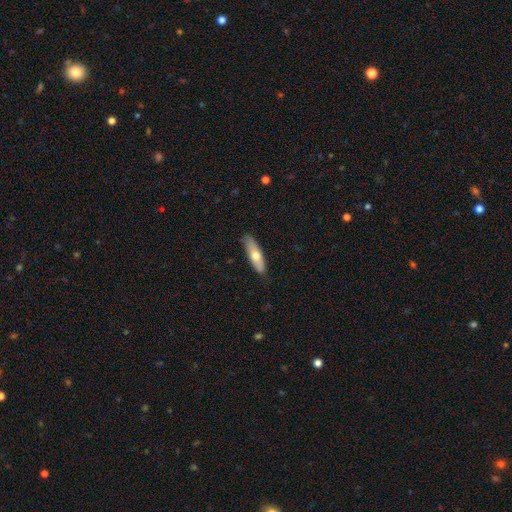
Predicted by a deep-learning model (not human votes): Smooth or featured? Predicted: smooth (p=0.60). How rounded? Predicted: cigar-shaped (p=0.59). Merging? Predicted: none (p=0.82).